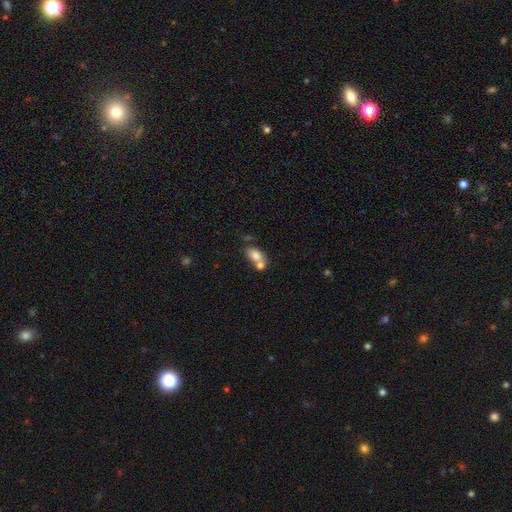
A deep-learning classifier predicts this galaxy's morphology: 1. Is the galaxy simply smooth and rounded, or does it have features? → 76% smooth, 15% featured or disk, 9% star or artifact.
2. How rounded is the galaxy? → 82% in between, 15% round, 2% cigar-shaped.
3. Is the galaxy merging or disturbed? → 51% merger, 34% none, 10% minor disturbance, 5% major disturbance.